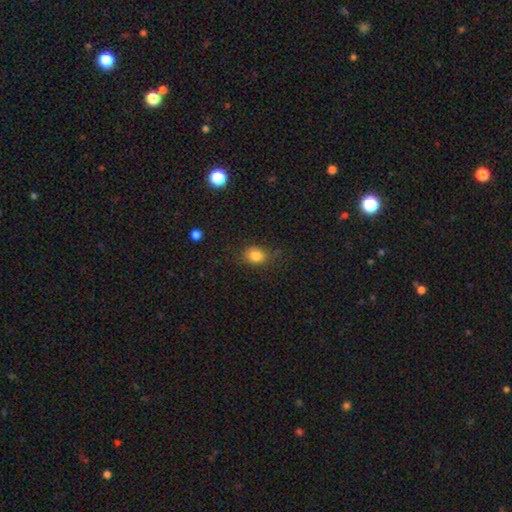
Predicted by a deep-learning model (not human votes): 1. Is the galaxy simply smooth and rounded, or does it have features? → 83% smooth, 11% star or artifact, 6% featured or disk.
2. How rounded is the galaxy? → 53% round, 46% in between, 1% cigar-shaped.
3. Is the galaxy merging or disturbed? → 78% none, 16% minor disturbance, 5% major disturbance, 2% merger.